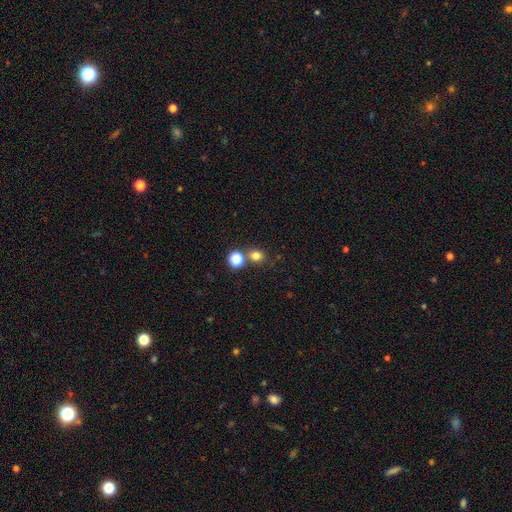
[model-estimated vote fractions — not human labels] A smooth galaxy with no disk features (76%) that is round (74%). Merging: none (70%).